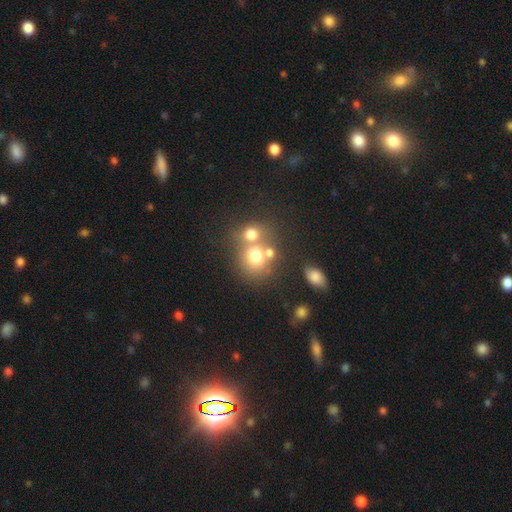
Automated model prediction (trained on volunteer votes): smooth-or-featured: smooth: 69% | featured or disk: 17% | star or artifact: 15%
  how-rounded: round: 75% | in between: 24% | cigar-shaped: 1%
  merging: merger: 48% | none: 38% | minor disturbance: 9% | major disturbance: 5%